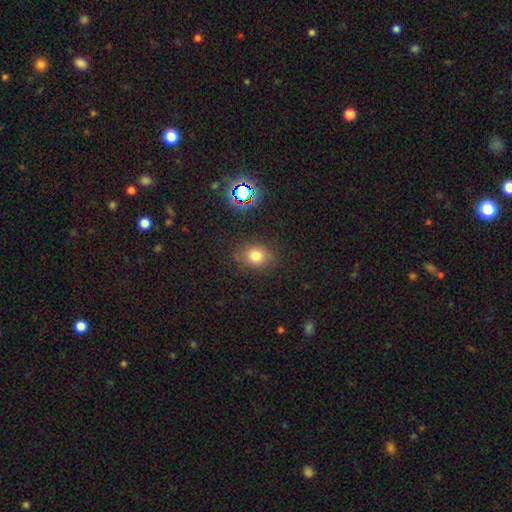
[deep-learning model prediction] A smooth galaxy with no disk features (75%) that is round (61%).

Vote fractions:
- Smooth or featured? smooth: 75% / star or artifact: 17% / featured or disk: 8%
- How rounded? round: 61% / in between: 37% / cigar-shaped: 1%
- Merging? none: 80% / minor disturbance: 14% / major disturbance: 4% / merger: 2%